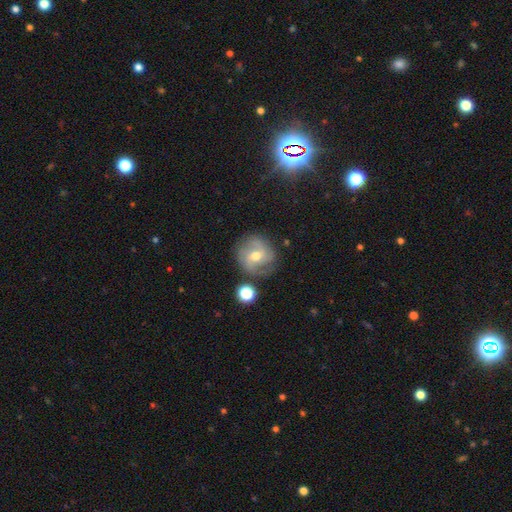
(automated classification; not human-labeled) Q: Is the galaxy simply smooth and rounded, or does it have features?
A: featured or disk — 73%.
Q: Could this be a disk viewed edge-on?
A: no — 97%.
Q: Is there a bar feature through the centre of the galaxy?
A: no — 52%.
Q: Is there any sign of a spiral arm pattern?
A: yes — 93%.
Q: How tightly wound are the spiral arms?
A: medium — 45%.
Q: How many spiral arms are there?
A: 2 — 36%.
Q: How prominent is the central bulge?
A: moderate — 66%.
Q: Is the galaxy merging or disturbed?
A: none — 74%.